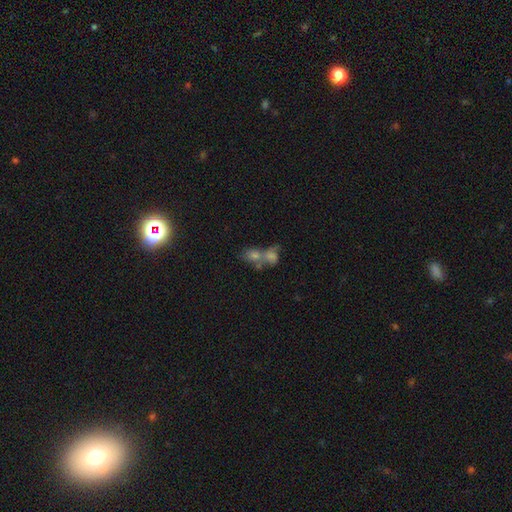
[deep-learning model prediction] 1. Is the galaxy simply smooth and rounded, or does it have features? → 46% smooth, 32% star or artifact, 22% featured or disk.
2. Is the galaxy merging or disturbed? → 58% merger, 28% none, 8% minor disturbance, 6% major disturbance.